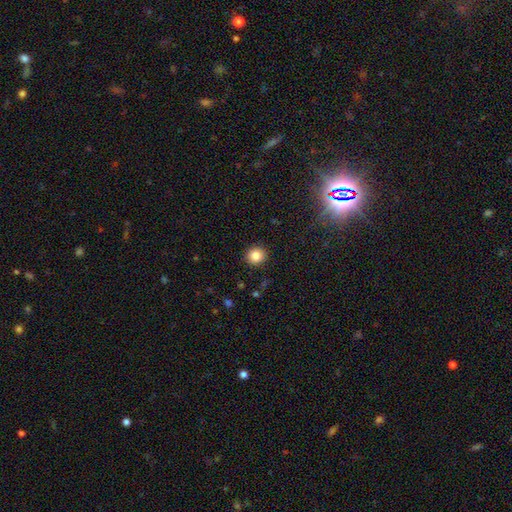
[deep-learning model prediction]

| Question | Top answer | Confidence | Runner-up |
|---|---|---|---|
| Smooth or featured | smooth | 85% | star or artifact (10%) |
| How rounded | round | 87% | in between (12%) |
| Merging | none | 91% | minor disturbance (6%) |